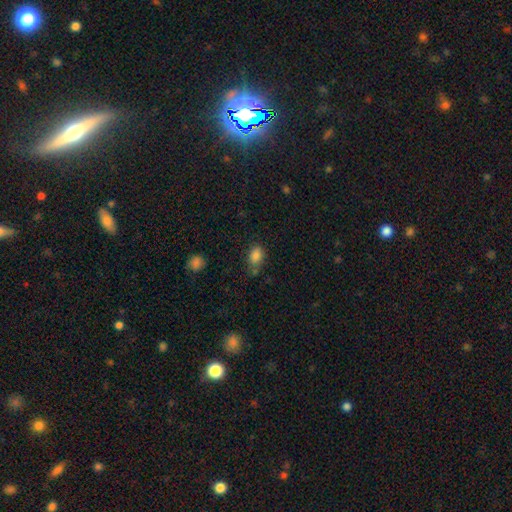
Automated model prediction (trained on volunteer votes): A smooth galaxy with no disk features (84%) that is in between round and cigar-shaped (79%). Merging: none (63%).